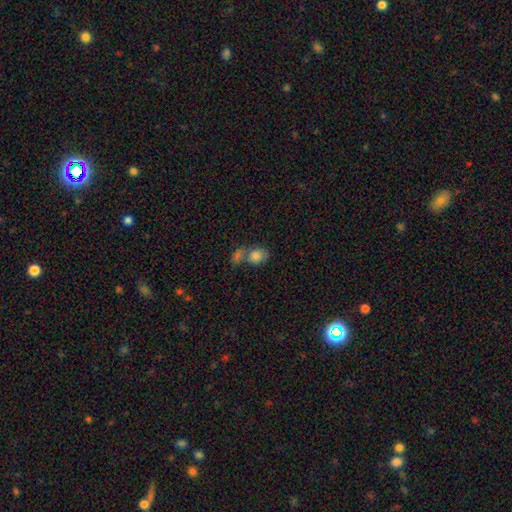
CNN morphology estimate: smooth-or-featured: smooth: 81% | featured or disk: 10% | star or artifact: 9%
  how-rounded: in between: 51% | round: 48% | cigar-shaped: 2%
  merging: merger: 55% | none: 29% | minor disturbance: 10% | major disturbance: 6%